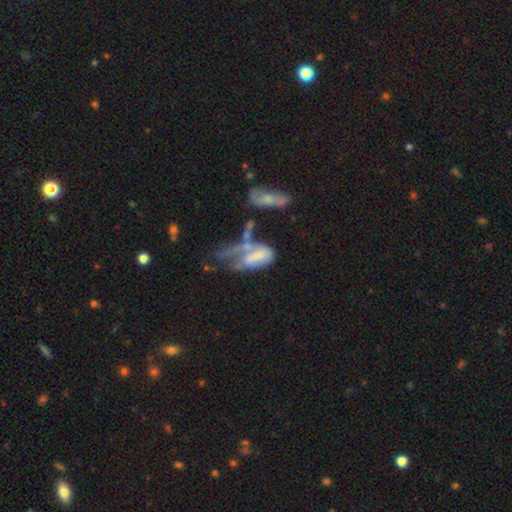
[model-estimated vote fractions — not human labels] A featured or disk galaxy (49%). Merging: major disturbance (41%).